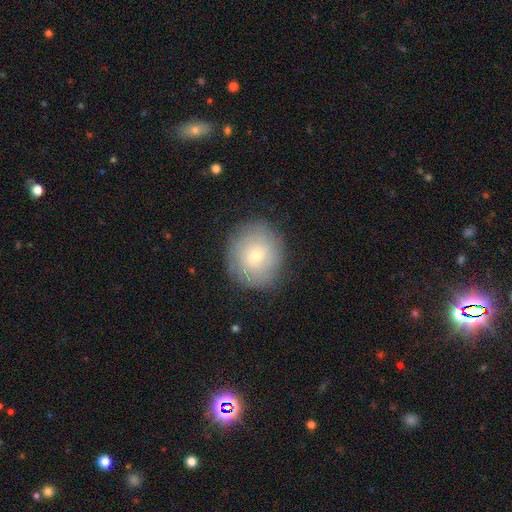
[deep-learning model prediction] Morphology: type=smooth (49%); merging=none (84%).